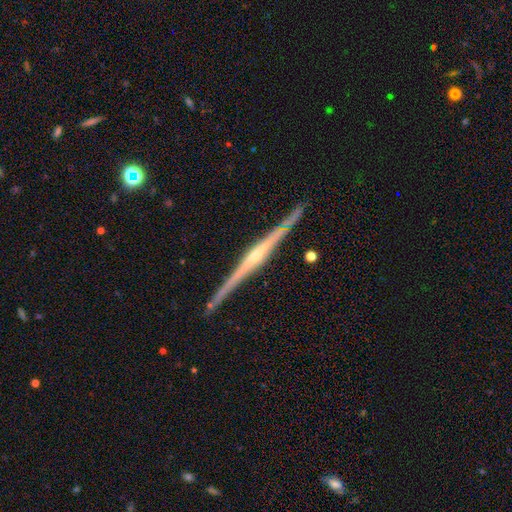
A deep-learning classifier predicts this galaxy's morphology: This appears to be a featured or disk galaxy (85%) viewed edge-on (98%) with a rounded central bulge (61%). Merging: none (88%).